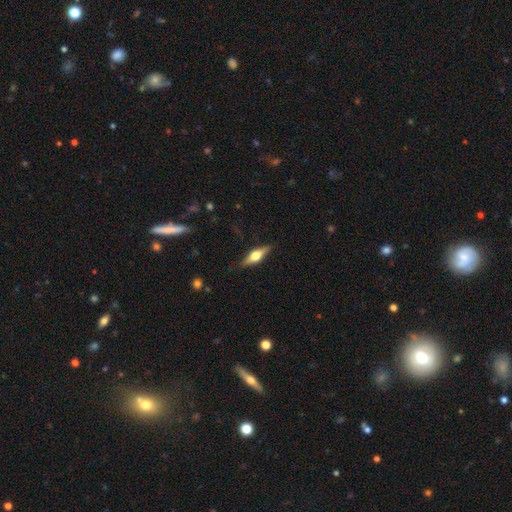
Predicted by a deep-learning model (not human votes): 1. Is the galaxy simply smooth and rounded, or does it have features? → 60% featured or disk, 34% smooth, 6% star or artifact.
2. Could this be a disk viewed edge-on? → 95% yes, 5% no.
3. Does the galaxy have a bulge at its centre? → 93% rounded, 5% boxy, 2% none.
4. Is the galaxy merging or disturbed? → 84% none, 12% minor disturbance, 3% major disturbance, 1% merger.